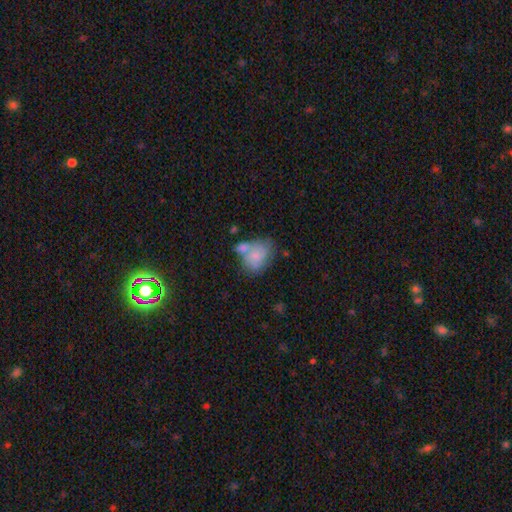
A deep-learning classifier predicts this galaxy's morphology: Q: Smooth or featured?
A: smooth (64%); runner-up: featured or disk (29%)
Q: How rounded?
A: in between (62%); runner-up: round (37%)
Q: Merging?
A: merger (43%); runner-up: none (26%)